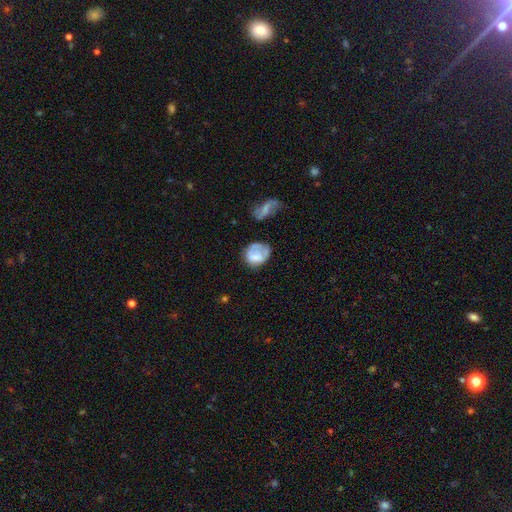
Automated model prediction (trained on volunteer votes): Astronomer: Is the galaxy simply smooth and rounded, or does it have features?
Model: smooth — 60%.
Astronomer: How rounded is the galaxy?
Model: round — 53% (runner-up: in between, 46%).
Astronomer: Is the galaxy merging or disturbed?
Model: none — 40% (runner-up: minor disturbance, 30%).